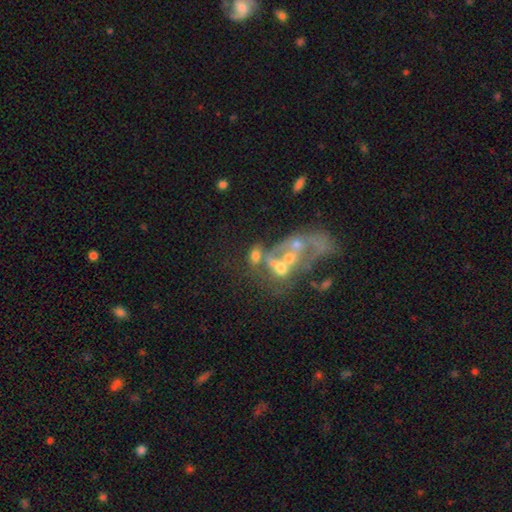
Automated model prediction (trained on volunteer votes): Smooth or featured? Predicted: smooth (p=0.44). Merging? Predicted: merger (p=0.53).